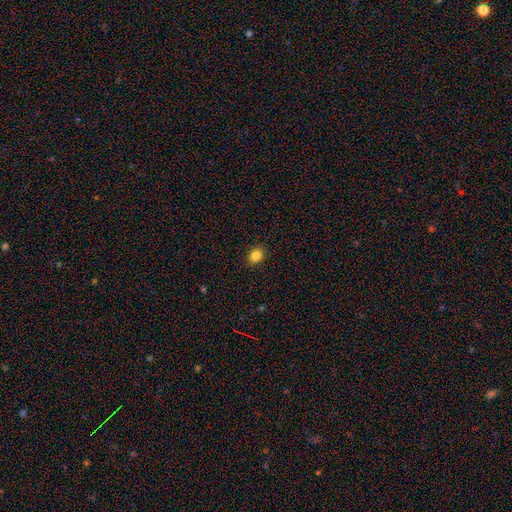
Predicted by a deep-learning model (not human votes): Smooth or featured: smooth — 84% (star or artifact — 11%)
How rounded: round — 52% (in between — 47%)
Merging: none — 91% (minor disturbance — 7%)